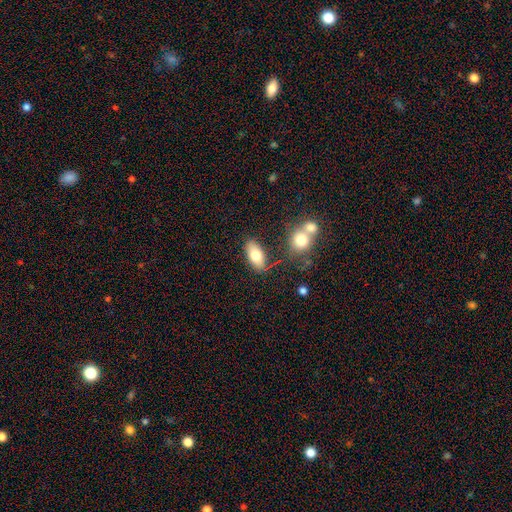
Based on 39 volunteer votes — Smooth or featured? smooth (74%)
How rounded? in between (79%)
Merging? none (77%)